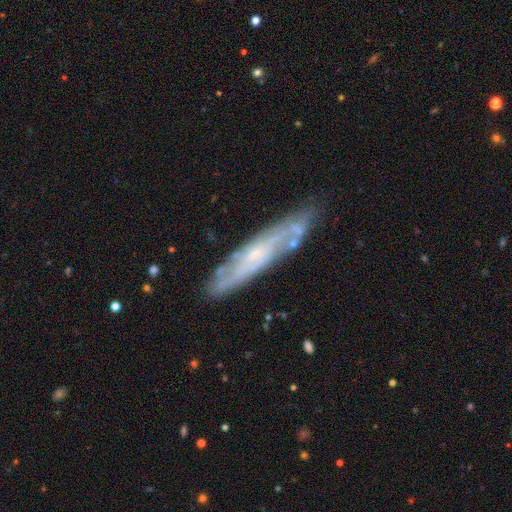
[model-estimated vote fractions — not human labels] Smooth or featured? featured or disk (73%)
Edge-on disk? no (58%)
Merging? none (77%)